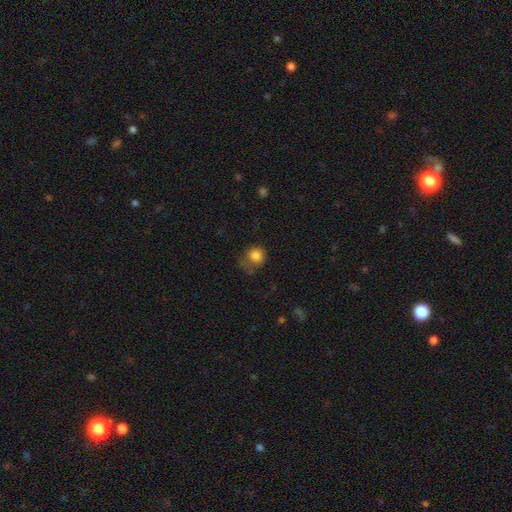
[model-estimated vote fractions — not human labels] Smooth or featured?
  - smooth: 83% *
  - star or artifact: 11%
  - featured or disk: 7%
How rounded?
  - round: 86% *
  - in between: 13%
  - cigar-shaped: 1%
Merging?
  - none: 50% *
  - minor disturbance: 27%
  - major disturbance: 20%
  - merger: 3%